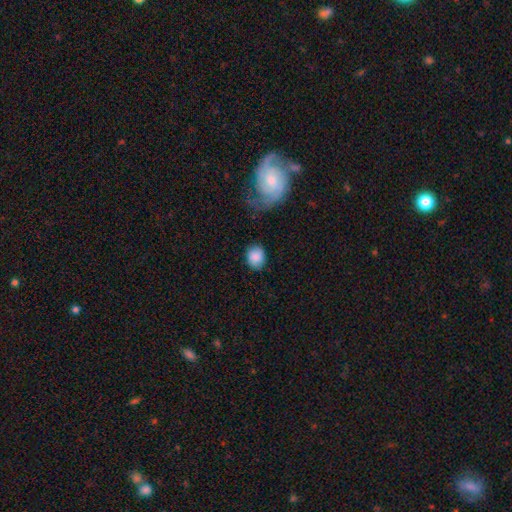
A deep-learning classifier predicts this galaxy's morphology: Smooth or featured? Predicted: smooth (p=0.86). How rounded? Predicted: round (p=0.65). Merging? Predicted: none (p=0.78).